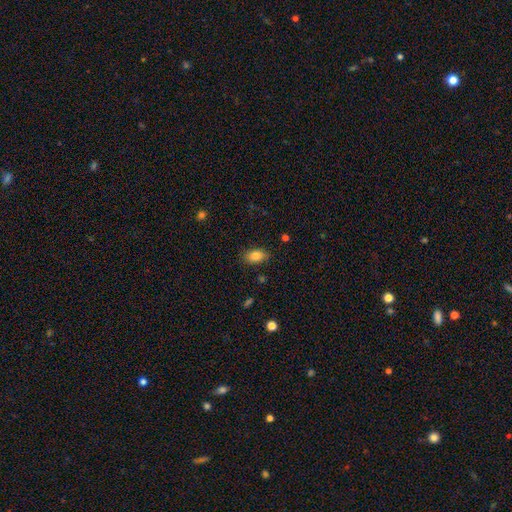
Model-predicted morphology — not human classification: A smooth galaxy with no disk features (85%) that is in between round and cigar-shaped (89%). Merging: none (83%).